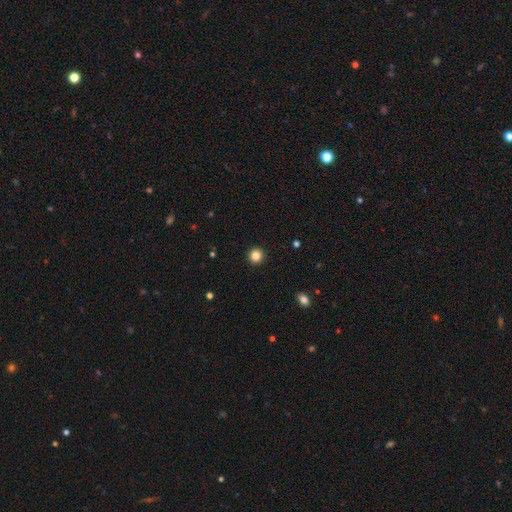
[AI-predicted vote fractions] Overall: smooth (85%). How rounded: round (96%). Merging: none (93%).